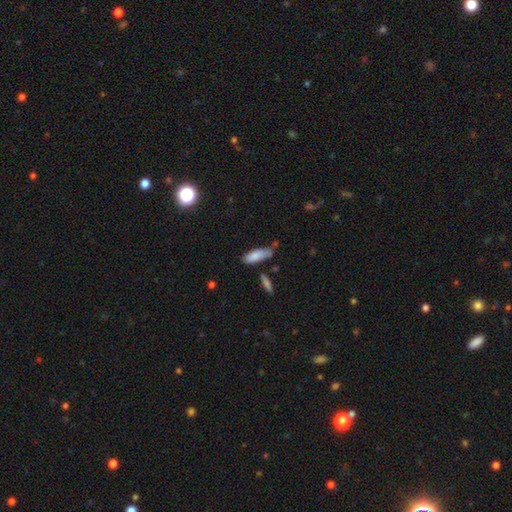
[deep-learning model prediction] A smooth galaxy with no disk features (83%) that is in between round and cigar-shaped (66%).

Vote fractions:
- Smooth or featured? smooth: 83% / featured or disk: 10% / star or artifact: 7%
- How rounded? in between: 66% / cigar-shaped: 32% / round: 2%
- Merging? none: 60% / minor disturbance: 27% / merger: 8% / major disturbance: 6%